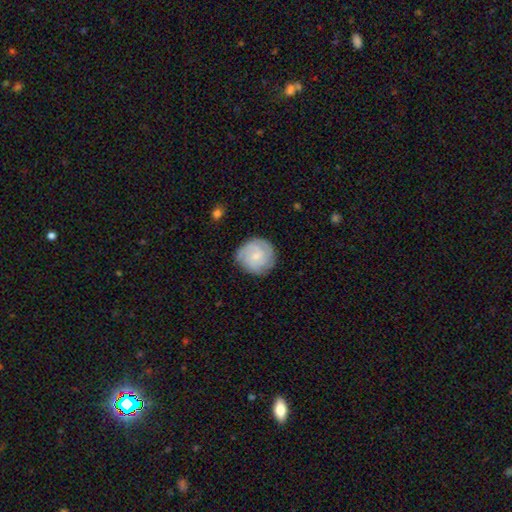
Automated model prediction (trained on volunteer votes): Overall: featured or disk (61%; smooth 32%). Edge-on disk: no (98%). Bar: no (62%; weak 34%). Spiral arms: yes (92%). Spiral arm count: can't tell (32%; 3 28%). Spiral winding: tight (63%; medium 30%). Bulge size: small (67%). Merging: none (79%).